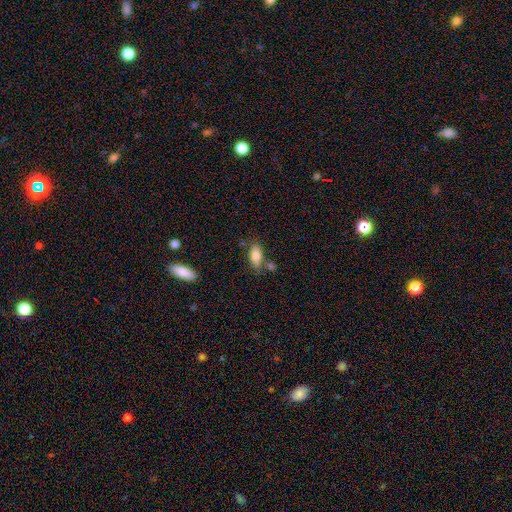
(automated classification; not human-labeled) Q: Smooth or featured?
A: smooth (82%); runner-up: featured or disk (11%)
Q: How rounded?
A: in between (89%); runner-up: cigar-shaped (7%)
Q: Merging?
A: none (65%); runner-up: minor disturbance (17%)